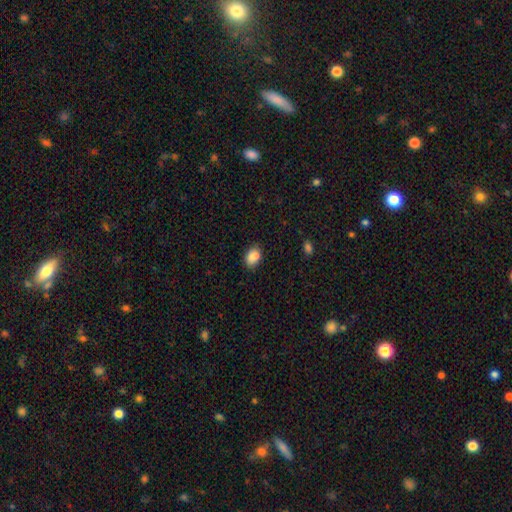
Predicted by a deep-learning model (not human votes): smooth 86%, star or artifact 8%, featured or disk 5%. Down the decision tree: how rounded — in between (79%); merging — none (74%).